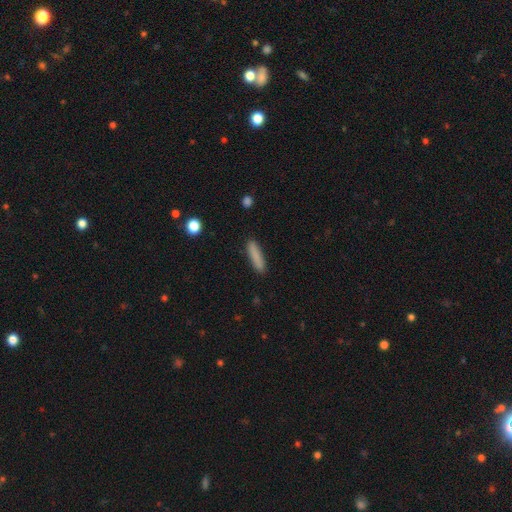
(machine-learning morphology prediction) Smooth or featured? Predicted: smooth (p=0.86). How rounded? Predicted: cigar-shaped (p=0.81). Merging? Predicted: none (p=0.89).